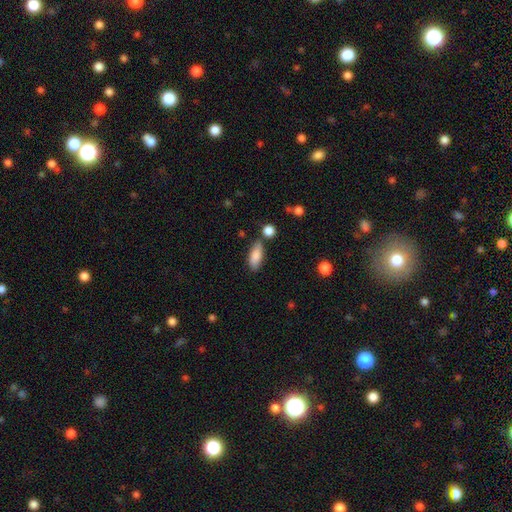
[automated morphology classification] type=smooth (85%); roundness=in between (81%); merging=none (74%).